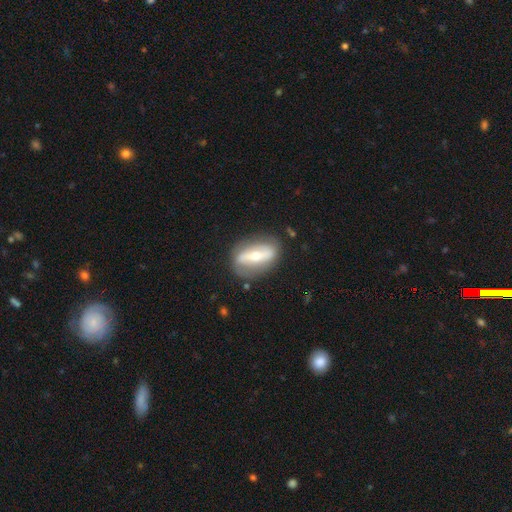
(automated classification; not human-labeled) Smooth or featured: featured or disk — 68% (smooth — 26%)
Edge-on disk: no — 74% (yes — 26%)
Bar: strong — 71% (weak — 16%)
Spiral arms: no — 56% (yes — 44%)
Bulge size: moderate — 53% (small — 40%)
Merging: none — 78% (minor disturbance — 14%)